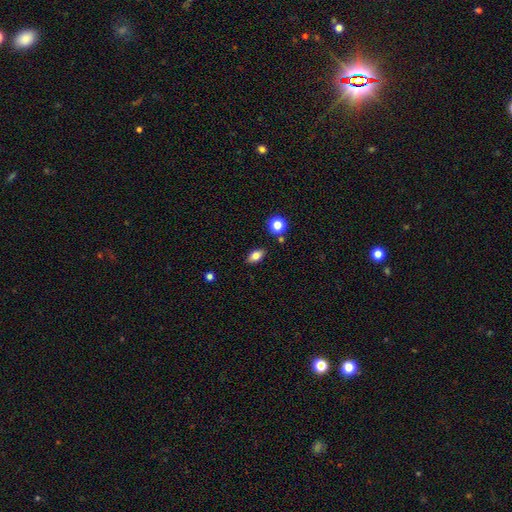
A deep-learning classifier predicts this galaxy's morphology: Smooth or featured? Predicted: smooth (p=0.78). How rounded? Predicted: in between (p=0.85). Merging? Predicted: none (p=0.86).